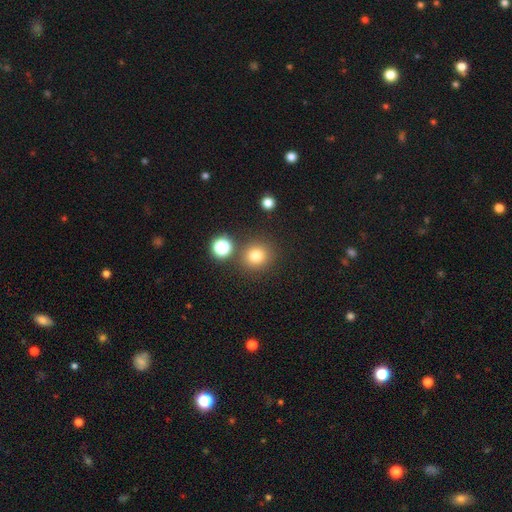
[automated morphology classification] A smooth galaxy with no disk features (78%) that is round (90%).

Vote fractions:
- Smooth or featured? smooth: 78% / star or artifact: 15% / featured or disk: 7%
- How rounded? round: 90% / in between: 9% / cigar-shaped: 1%
- Merging? none: 82% / minor disturbance: 8% / merger: 7% / major disturbance: 3%